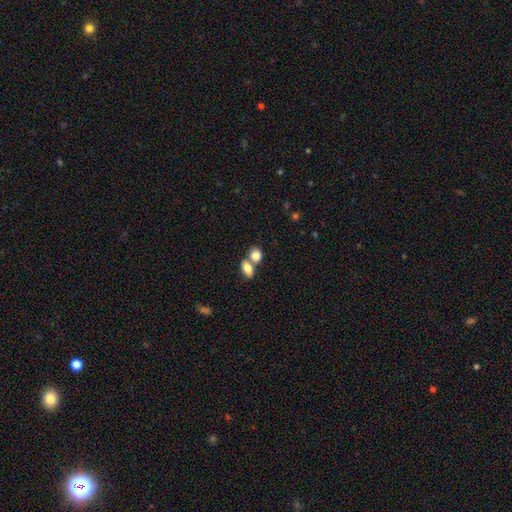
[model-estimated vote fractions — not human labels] Overall: smooth (82%). How rounded: in between (58%; round 40%). Merging: merger (51%; none 38%).